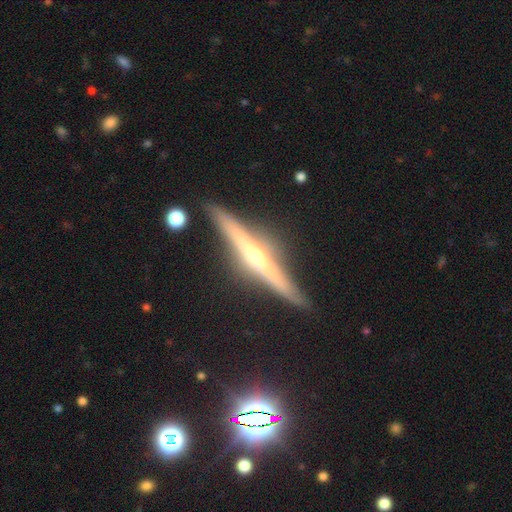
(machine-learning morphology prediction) Smooth or featured: featured or disk — 81% (smooth — 12%)
Edge-on disk: yes — 97% (no — 3%)
Edge-on bulge: rounded — 86% (none — 9%)
Merging: none — 87% (minor disturbance — 9%)